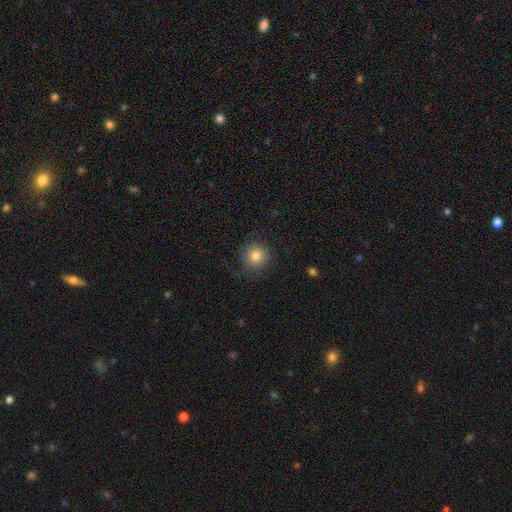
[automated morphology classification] Smooth or featured: smooth — 82% (star or artifact — 11%)
How rounded: round — 93% (in between — 6%)
Merging: none — 82% (minor disturbance — 12%)